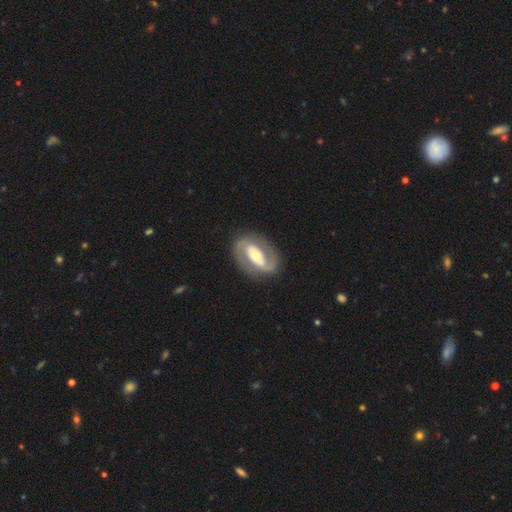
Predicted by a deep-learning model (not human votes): Morphology: type=featured or disk (83%); edge-on=no (96%); bar=strong (41%); spiral arms=yes (86%); winding=medium (45%); arm count=2 (88%); bulge=moderate (64%); merging=none (82%).